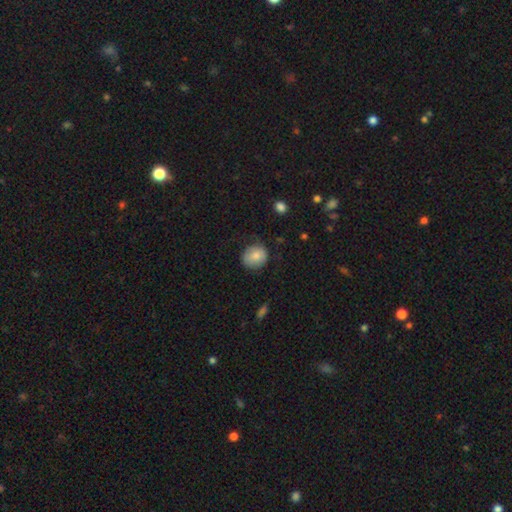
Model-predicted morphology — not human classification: A smooth galaxy with no disk features (79%) that is round (72%). Merging: none (69%).